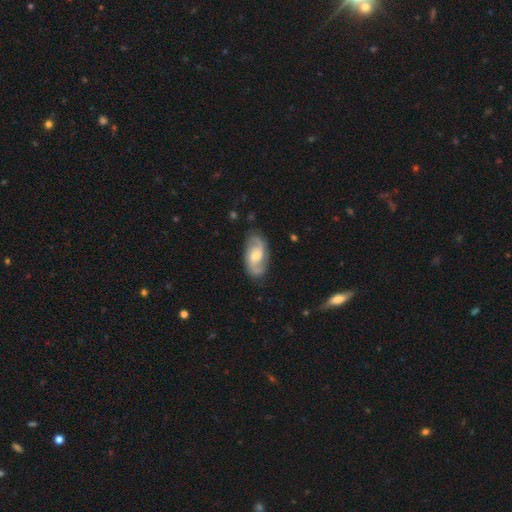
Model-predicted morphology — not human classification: The model was most divided on "bar": no: 50%, weak: 42%, strong: 8%. Remaining: edge-on disk — no (96%); spiral arms — yes (95%); spiral arm count — 2 (86%); smooth or featured — featured or disk (80%); merging — none (80%); bulge size — moderate (55%); spiral winding — medium (49%).